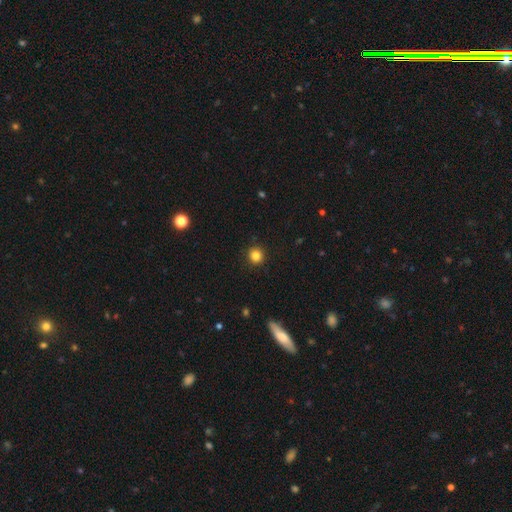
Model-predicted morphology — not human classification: This appears to be a smooth galaxy with no disk features (84%) that is round (91%). Merging: none (92%).